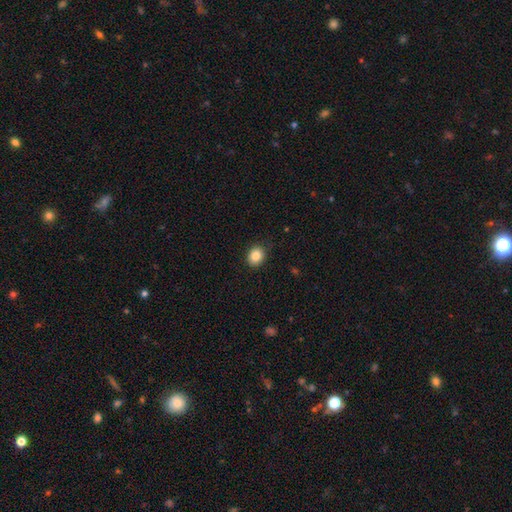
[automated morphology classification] Q: Smooth or featured?
A: smooth (86%); runner-up: star or artifact (9%)
Q: How rounded?
A: round (58%); runner-up: in between (41%)
Q: Merging?
A: none (88%); runner-up: minor disturbance (9%)